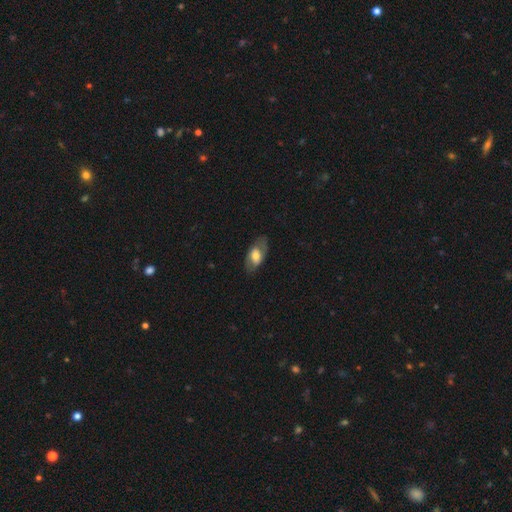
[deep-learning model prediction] Smooth or featured?
  - smooth: 51% *
  - featured or disk: 43%
  - star or artifact: 7%
How rounded?
  - in between: 89% *
  - round: 6%
  - cigar-shaped: 5%
Merging?
  - none: 76% *
  - minor disturbance: 16%
  - major disturbance: 7%
  - merger: 1%